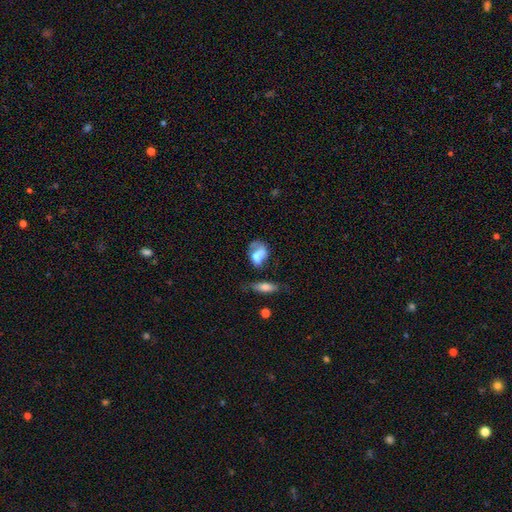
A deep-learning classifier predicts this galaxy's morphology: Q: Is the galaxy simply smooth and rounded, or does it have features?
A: smooth — 59%.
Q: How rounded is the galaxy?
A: in between — 68%.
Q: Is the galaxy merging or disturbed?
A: none — 30%.